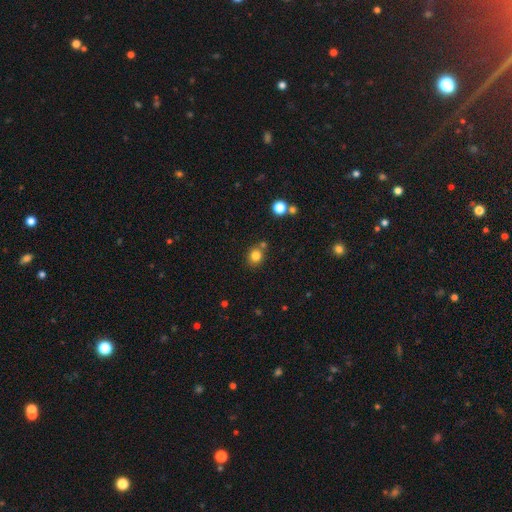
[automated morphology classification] A smooth galaxy with no disk features (81%) that is round (78%). Merging: none (72%).